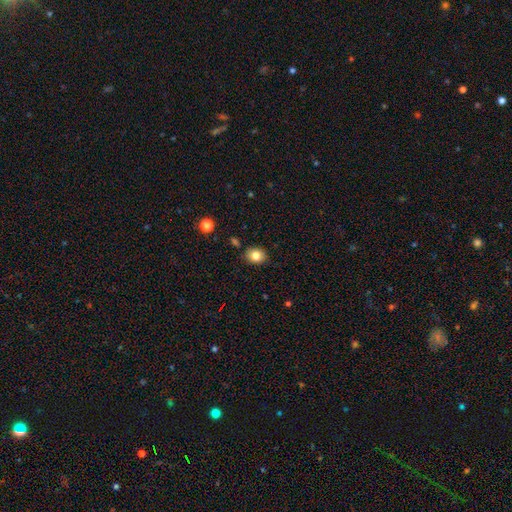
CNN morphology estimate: Smooth or featured? Predicted: smooth (p=0.81). How rounded? Predicted: round (p=0.51). Merging? Predicted: none (p=0.85).